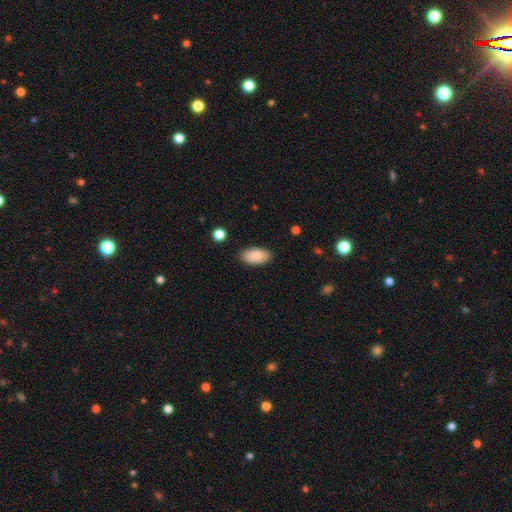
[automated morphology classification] The model was most divided on "merging": none: 86%, minor disturbance: 10%, major disturbance: 2%, merger: 1%. More confident: how rounded — in between (94%); smooth or featured — smooth (87%).